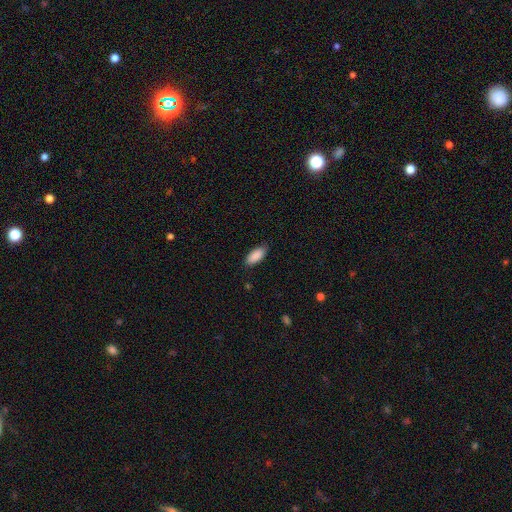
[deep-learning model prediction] Smooth or featured: smooth — 90% (star or artifact — 6%)
How rounded: in between — 86% (cigar-shaped — 12%)
Merging: none — 85% (minor disturbance — 12%)